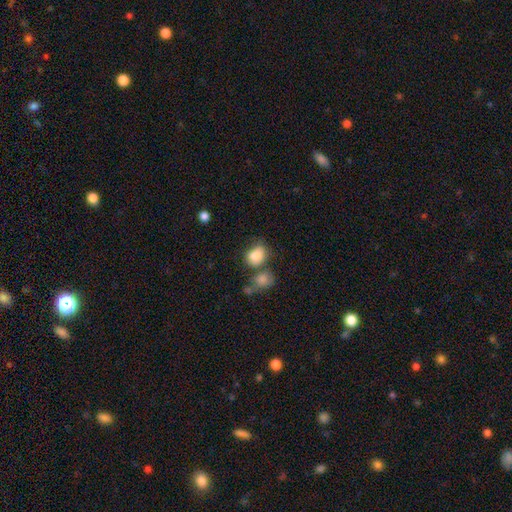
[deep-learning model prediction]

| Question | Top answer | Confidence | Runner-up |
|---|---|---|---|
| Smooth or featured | smooth | 84% | star or artifact (8%) |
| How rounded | in between | 57% | round (41%) |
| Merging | none | 40% | merger (33%) |